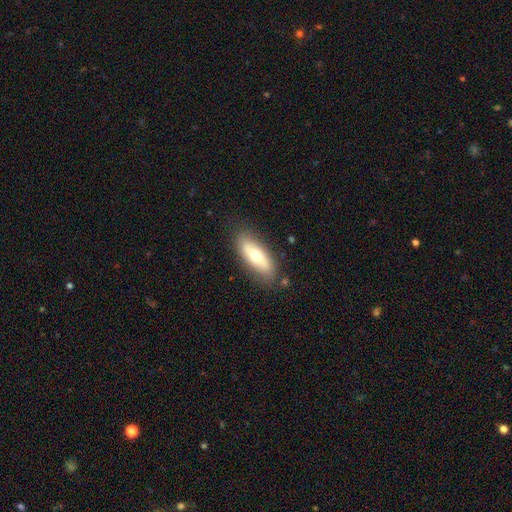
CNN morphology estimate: This appears to be a smooth galaxy with no disk features (60%) that is in between round and cigar-shaped (74%). Merging: none (82%).